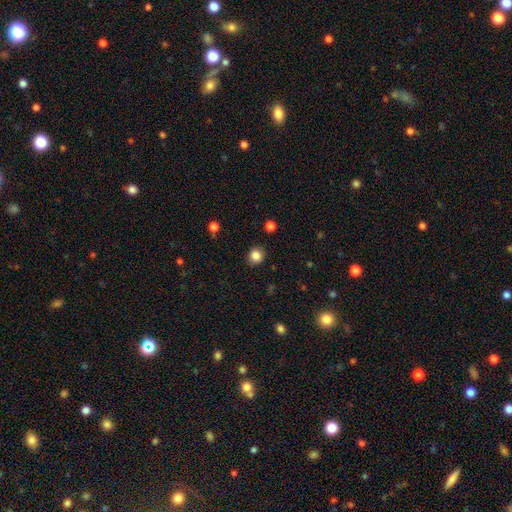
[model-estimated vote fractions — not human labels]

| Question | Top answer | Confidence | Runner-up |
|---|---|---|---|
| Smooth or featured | smooth | 85% | star or artifact (11%) |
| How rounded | round | 88% | in between (11%) |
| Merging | none | 90% | minor disturbance (7%) |